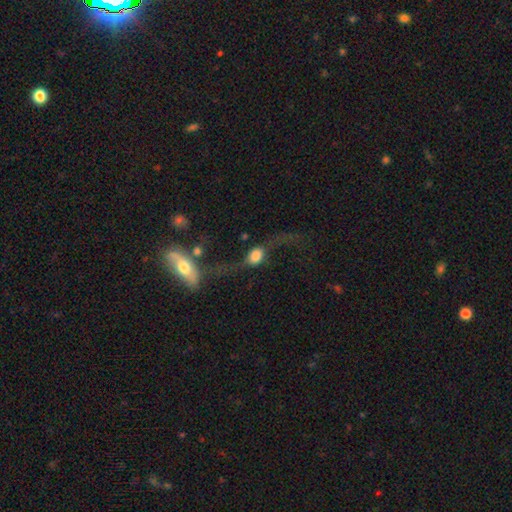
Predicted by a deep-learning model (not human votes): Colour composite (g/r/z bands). It shows a smooth galaxy with no disk features (46%). Merging: major disturbance (39%).